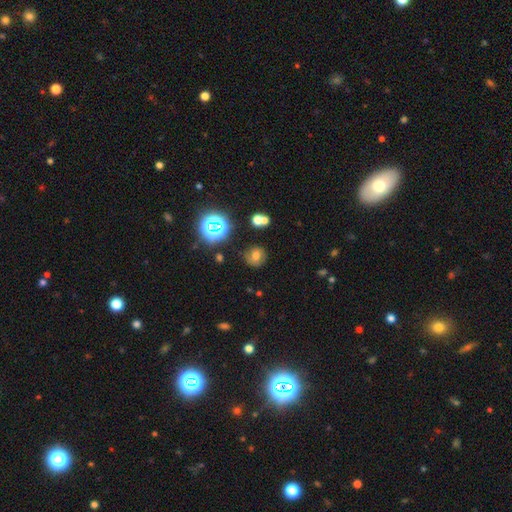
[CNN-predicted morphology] This is possibly a smooth galaxy (54%). How rounded: likely round (80%). Merging: likely none (73%).